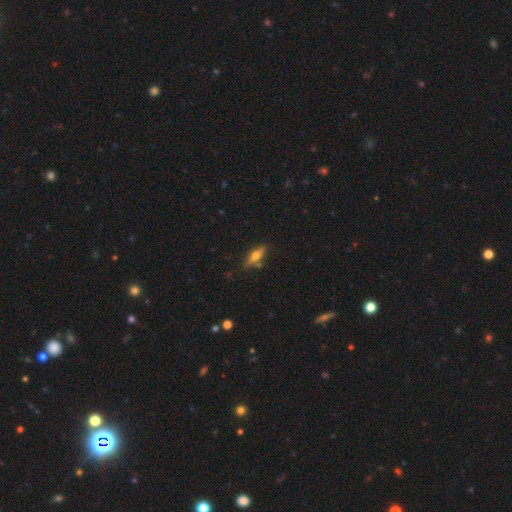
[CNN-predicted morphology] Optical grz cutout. It shows a smooth galaxy with no disk features (50%). Merging: none (76%).